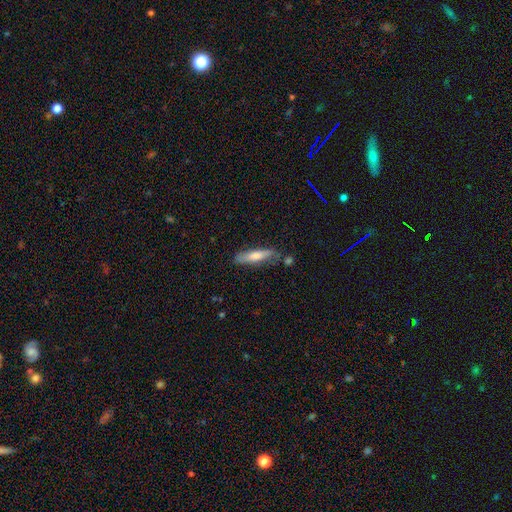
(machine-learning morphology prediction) smooth_or_featured: smooth (p=0.54) [alt: featured or disk p=0.37]
how_rounded: cigar-shaped (p=0.78) [alt: in between p=0.20]
merging: none (p=0.75) [alt: minor disturbance p=0.17]